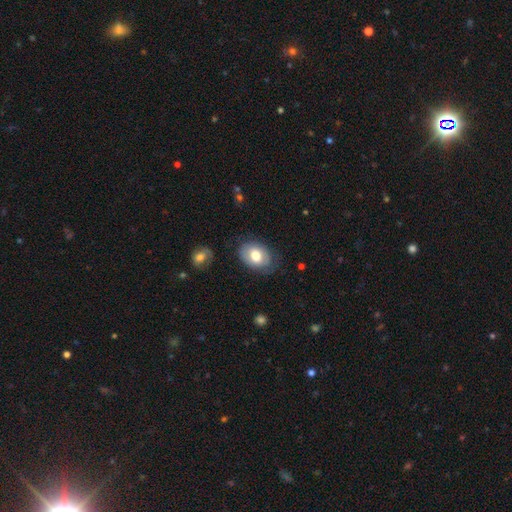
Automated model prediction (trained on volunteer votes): smooth-or-featured: smooth: 67% | featured or disk: 25% | star or artifact: 7%
  how-rounded: in between: 75% | round: 24% | cigar-shaped: 1%
  merging: none: 72% | minor disturbance: 20% | major disturbance: 7% | merger: 2%